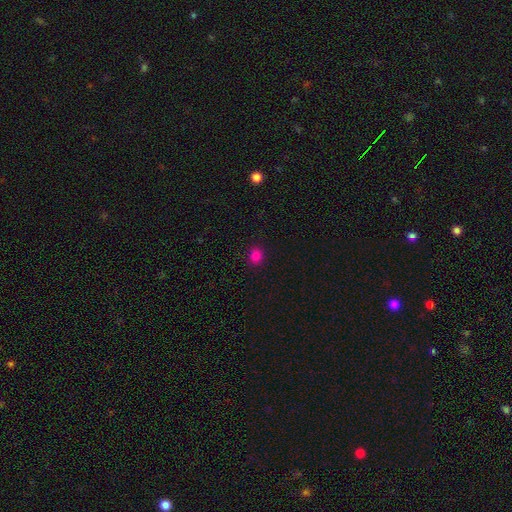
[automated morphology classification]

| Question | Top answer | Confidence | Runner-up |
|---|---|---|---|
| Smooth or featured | smooth | 81% | star or artifact (16%) |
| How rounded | round | 78% | in between (21%) |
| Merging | none | 91% | minor disturbance (6%) |